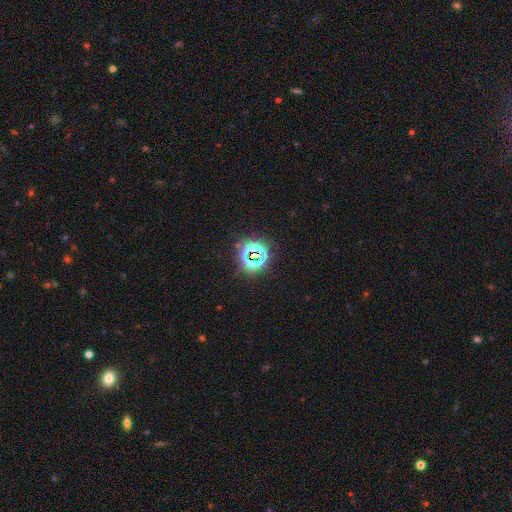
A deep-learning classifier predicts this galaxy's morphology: Smooth or featured?
  - star or artifact: 72% *
  - smooth: 19%
  - featured or disk: 9%